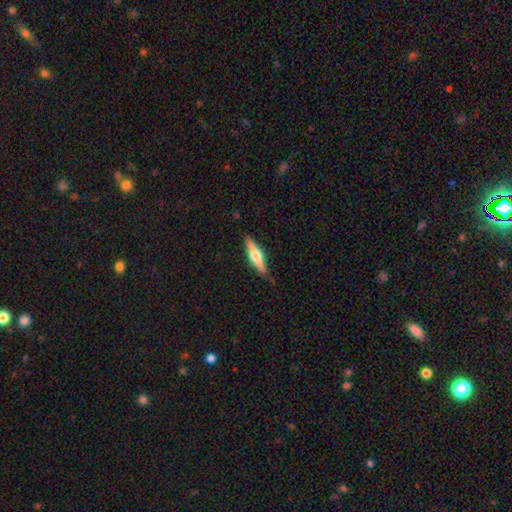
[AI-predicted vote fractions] smooth_or_featured: featured or disk (p=0.60) [alt: smooth p=0.35]
disk_edge_on: yes (p=0.96) [alt: no p=0.04]
edge_on_bulge: rounded (p=0.94) [alt: boxy p=0.04]
merging: none (p=0.86) [alt: minor disturbance p=0.11]